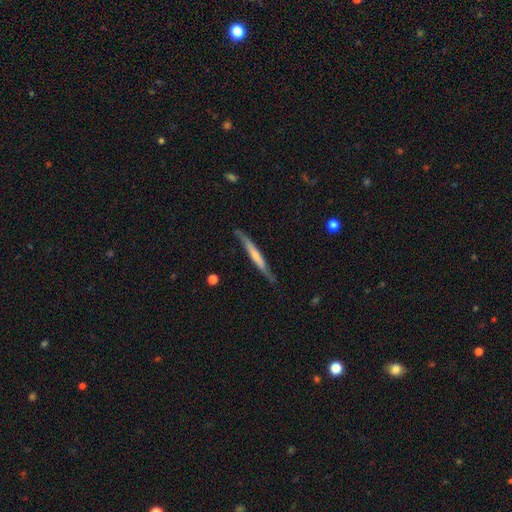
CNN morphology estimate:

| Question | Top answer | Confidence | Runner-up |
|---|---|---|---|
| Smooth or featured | featured or disk | 52% | smooth (43%) |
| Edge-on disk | yes | 91% | no (9%) |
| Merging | none | 78% | minor disturbance (17%) |